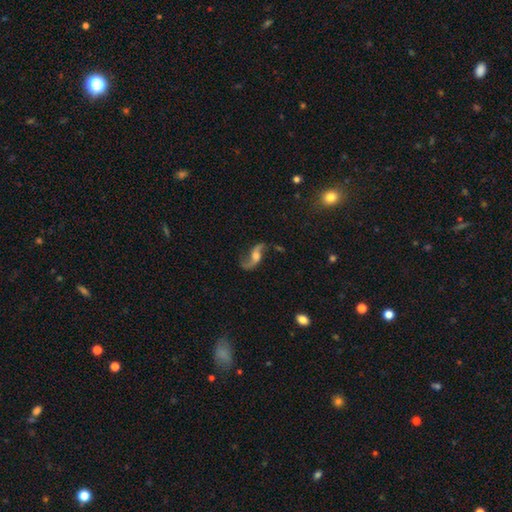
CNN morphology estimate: Smooth or featured: featured or disk — 85% (smooth — 9%)
Edge-on disk: no — 95% (yes — 5%)
Bar: no — 54% (weak — 34%)
Spiral arms: yes — 95% (no — 5%)
Spiral winding: loose — 88% (medium — 10%)
Spiral arm count: 2 — 92% (1 — 3%)
Bulge size: moderate — 50% (small — 22%)
Merging: none — 71% (minor disturbance — 15%)